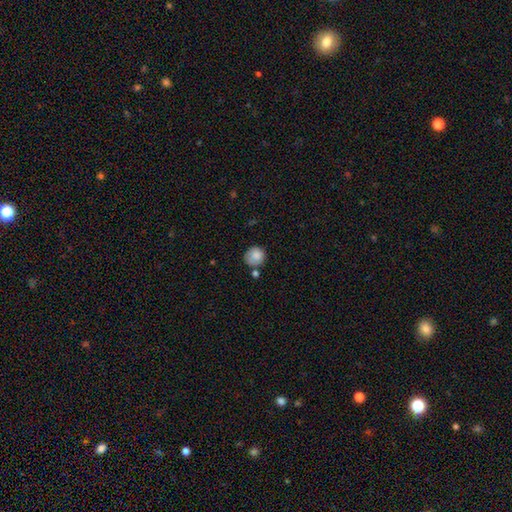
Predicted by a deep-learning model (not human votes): Morphology: type=smooth (82%); roundness=round (87%); merging=none (64%).